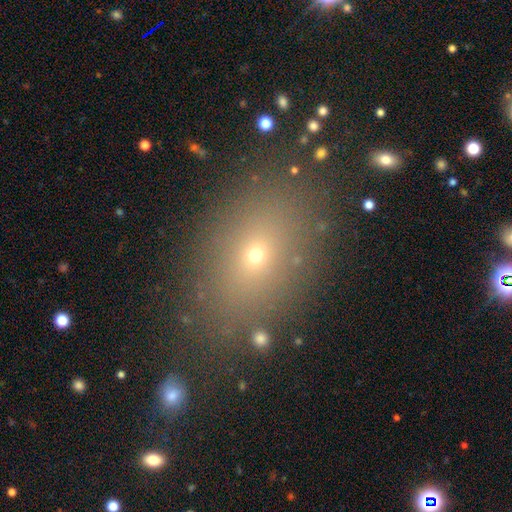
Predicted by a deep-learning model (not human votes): Morphology: type=smooth (61%); roundness=in between (73%); merging=none (82%).